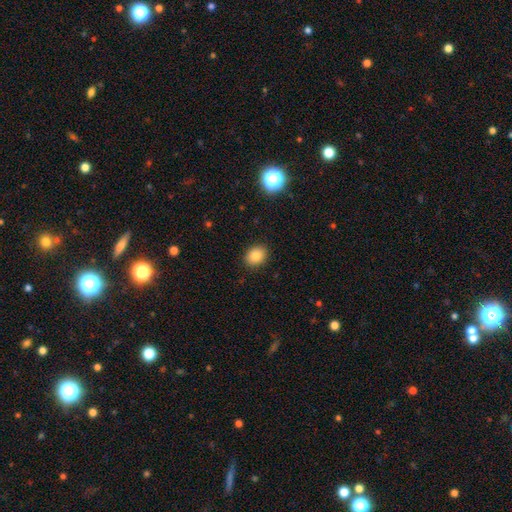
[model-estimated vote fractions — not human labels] A smooth galaxy with no disk features (83%) that is in between round and cigar-shaped (50%, tied with round).

Vote fractions:
- Smooth or featured? smooth: 83% / star or artifact: 10% / featured or disk: 7%
- How rounded? in between: 50% (tied) / round: 50% (tied) / cigar-shaped: 1%
- Merging? none: 89% / minor disturbance: 8% / major disturbance: 2% / merger: 1%